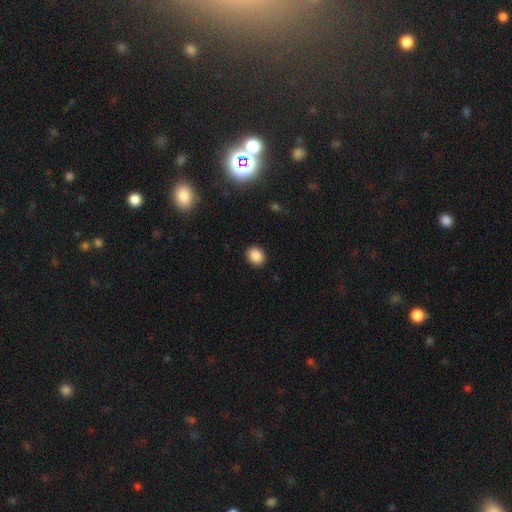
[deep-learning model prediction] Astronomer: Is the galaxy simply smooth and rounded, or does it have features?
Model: smooth — 88%.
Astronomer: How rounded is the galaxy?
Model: round — 66%.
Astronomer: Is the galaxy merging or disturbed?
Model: none — 91%.